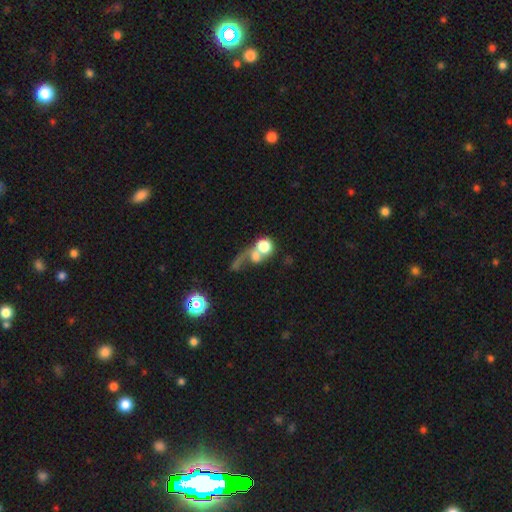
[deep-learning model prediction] A smooth galaxy with no disk features (58%) that is round (76%). Merging: merger (49%).